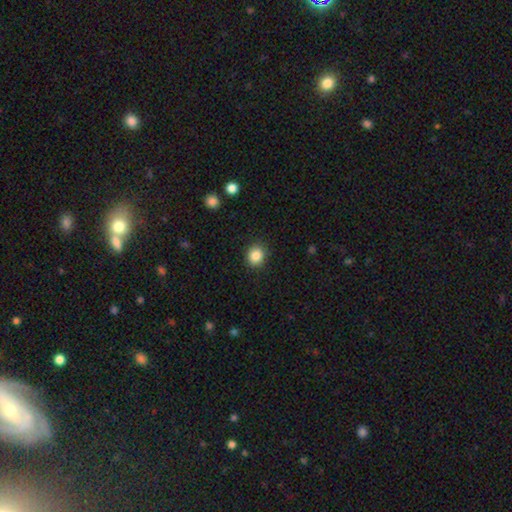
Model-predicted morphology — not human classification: Overall: smooth (86%). How rounded: round (77%). Merging: none (90%).